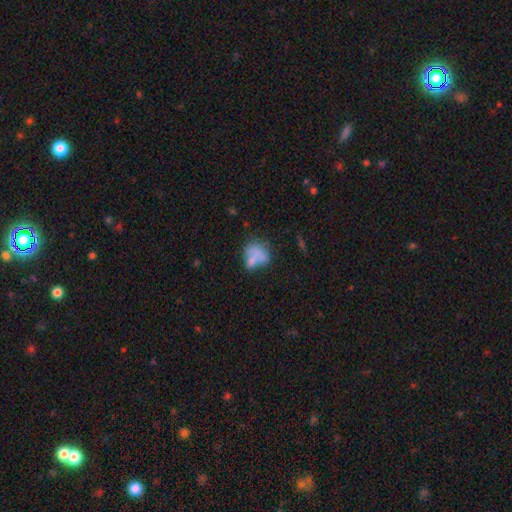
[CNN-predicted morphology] This appears to be a smooth galaxy with no disk features (65%) that is in between round and cigar-shaped (62%). Merging: merger (32%).